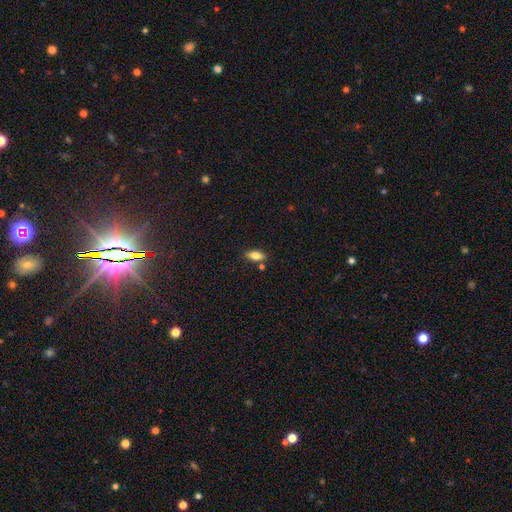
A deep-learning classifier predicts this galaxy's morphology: Q: Smooth or featured?
A: smooth (79%); runner-up: featured or disk (13%)
Q: How rounded?
A: in between (83%); runner-up: cigar-shaped (13%)
Q: Merging?
A: none (77%); runner-up: minor disturbance (12%)